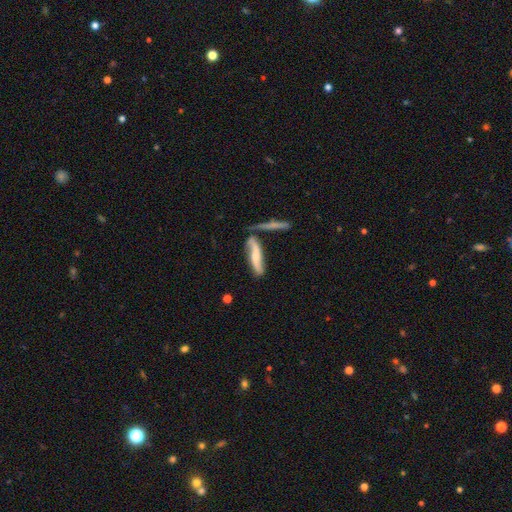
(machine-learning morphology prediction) This appears to be a featured or disk galaxy (59%). Merging: none (50%).